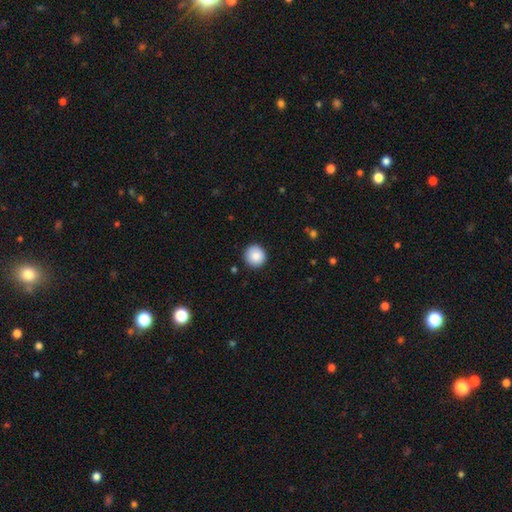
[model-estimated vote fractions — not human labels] Overall: smooth (88%). How rounded: round (94%). Merging: none (90%).